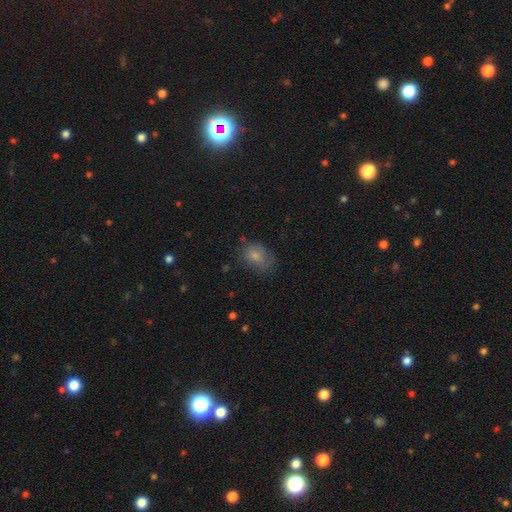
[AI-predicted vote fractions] smooth-or-featured: smooth: 77% | featured or disk: 13% | star or artifact: 10%
  how-rounded: in between: 71% | round: 28% | cigar-shaped: 1%
  merging: none: 62% | minor disturbance: 26% | major disturbance: 9% | merger: 2%